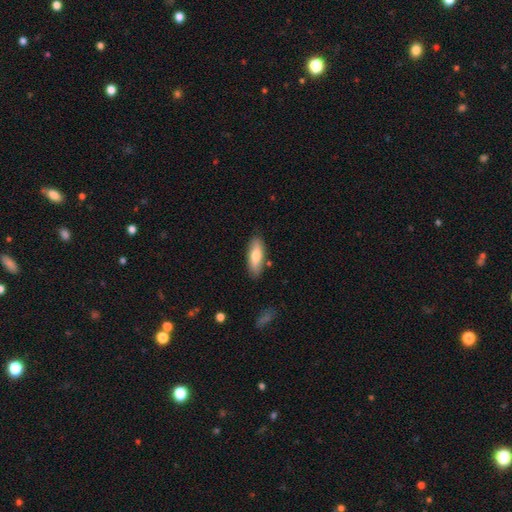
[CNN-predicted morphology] Overall: smooth (74%). How rounded: in between (63%; cigar-shaped 34%). Merging: none (83%).